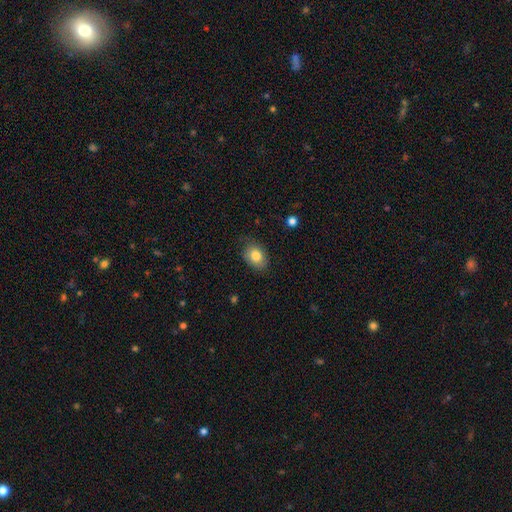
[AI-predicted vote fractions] smooth-or-featured: smooth: 82% | featured or disk: 10% | star or artifact: 8%
  how-rounded: in between: 72% | round: 28% | cigar-shaped: 1%
  merging: none: 78% | minor disturbance: 18% | major disturbance: 4% | merger: 1%